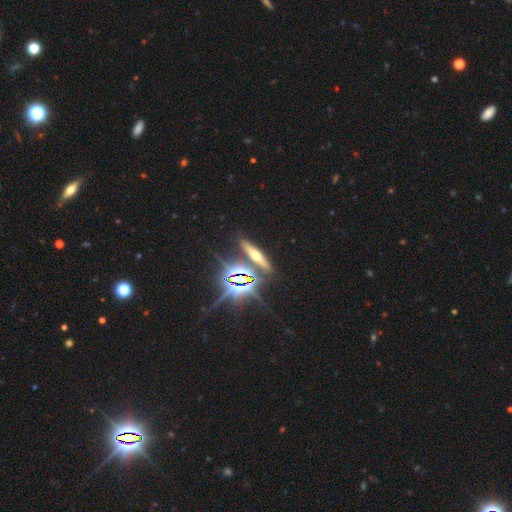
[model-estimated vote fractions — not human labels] smooth_or_featured: star or artifact (p=0.36) [alt: featured or disk p=0.34]